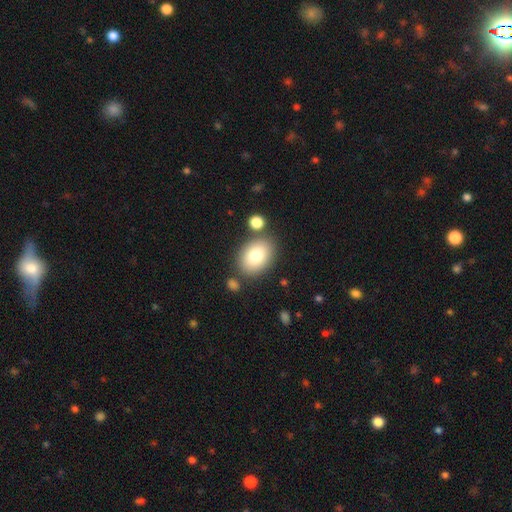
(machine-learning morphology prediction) Smooth or featured: smooth — 79% (featured or disk — 13%)
How rounded: in between — 72% (round — 27%)
Merging: none — 78% (minor disturbance — 11%)